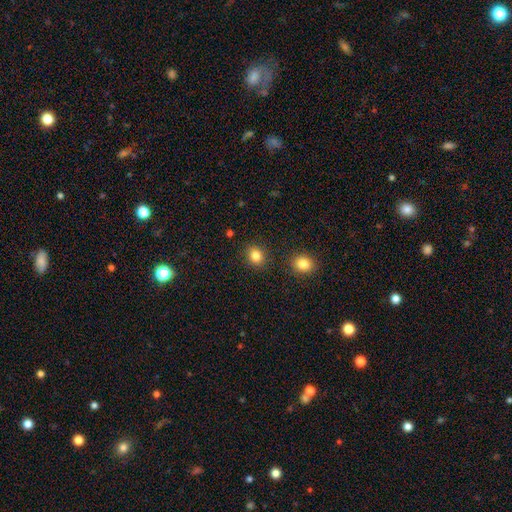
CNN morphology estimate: A smooth galaxy with no disk features (84%) that is round (67%).

Vote fractions:
- Smooth or featured? smooth: 84% / star or artifact: 11% / featured or disk: 6%
- How rounded? round: 67% / in between: 32% / cigar-shaped: 1%
- Merging? none: 88% / minor disturbance: 7% / merger: 3% / major disturbance: 2%